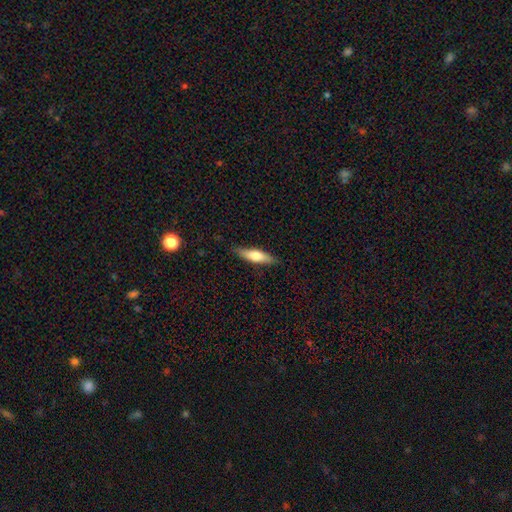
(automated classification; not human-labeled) smooth_or_featured: smooth (p=0.62) [alt: featured or disk p=0.32]
how_rounded: cigar-shaped (p=0.67) [alt: in between p=0.31]
merging: none (p=0.86) [alt: minor disturbance p=0.11]